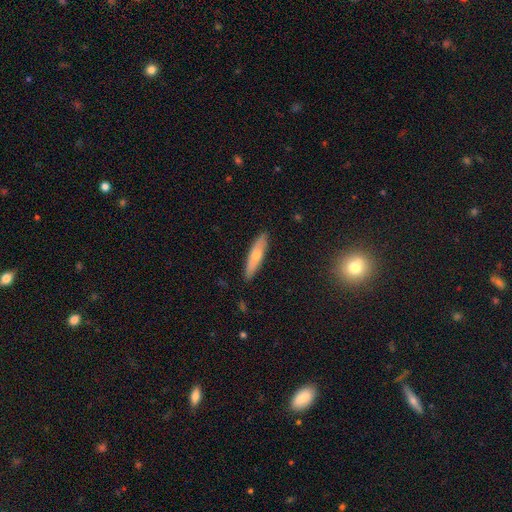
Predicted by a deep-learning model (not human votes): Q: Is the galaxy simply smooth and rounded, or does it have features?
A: smooth — 56%.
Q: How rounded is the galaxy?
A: cigar-shaped — 79%.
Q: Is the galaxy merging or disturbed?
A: none — 89%.